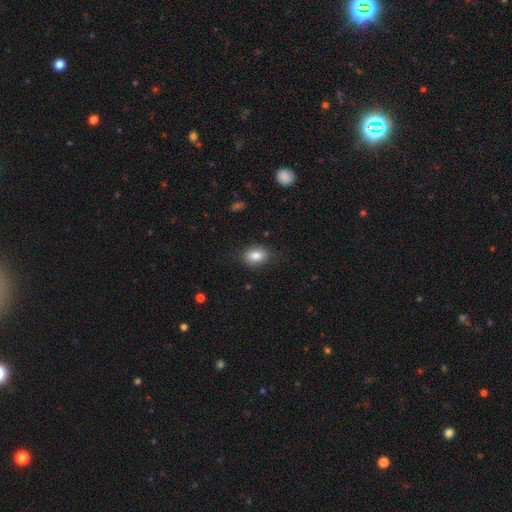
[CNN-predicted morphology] Smooth or featured? smooth (83%)
How rounded? in between (76%)
Merging? none (83%)